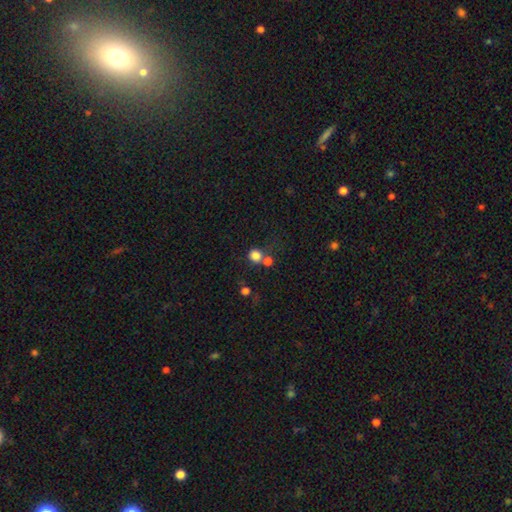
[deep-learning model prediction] This appears to be a smooth galaxy with no disk features (80%) that is round (85%). Merging: none (55%).